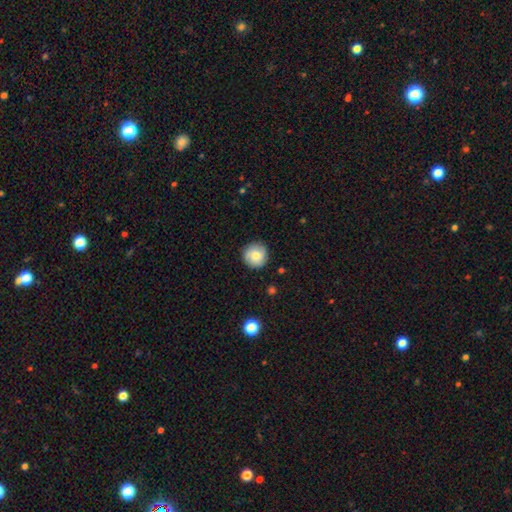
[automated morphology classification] A smooth galaxy with no disk features (74%) that is round (95%). Merging: none (88%).